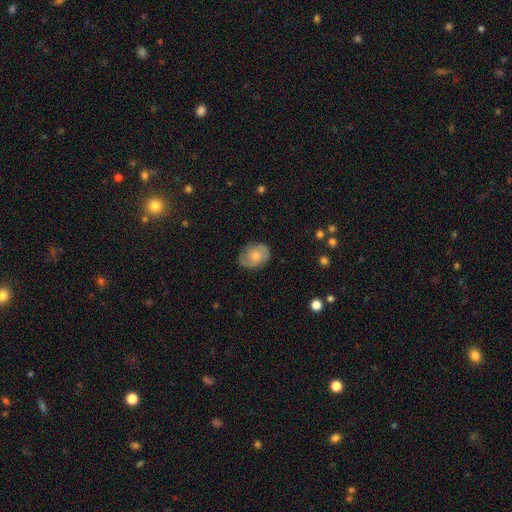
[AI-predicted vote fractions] Overall: smooth (47%; featured or disk 46%). Merging: none (76%).